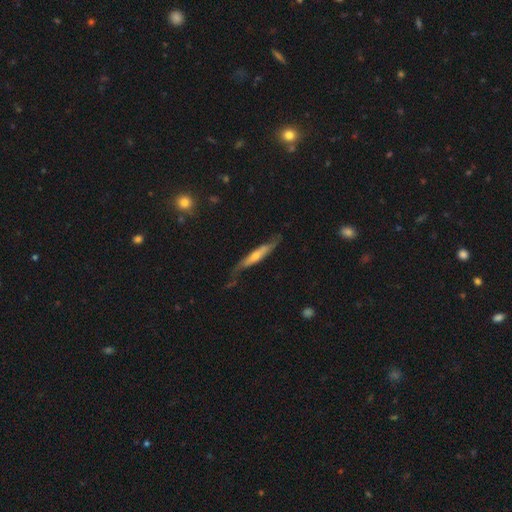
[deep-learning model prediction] Smooth or featured? featured or disk (55%)
Edge-on disk? yes (67%)
Merging? none (60%)